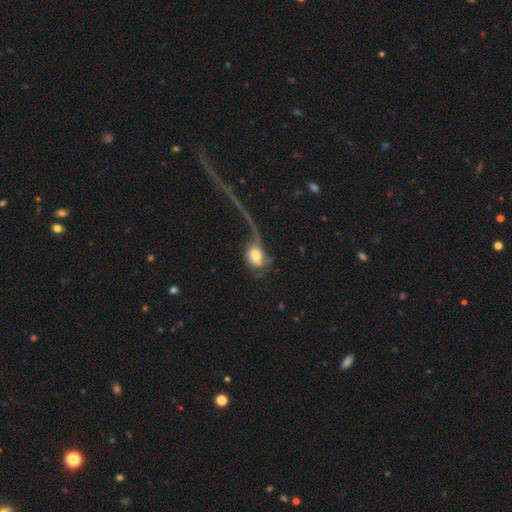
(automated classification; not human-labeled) smooth_or_featured: smooth (p=0.56) [alt: featured or disk p=0.34]
how_rounded: in between (p=0.53) [alt: round p=0.45]
merging: major disturbance (p=0.59) [alt: none p=0.19]